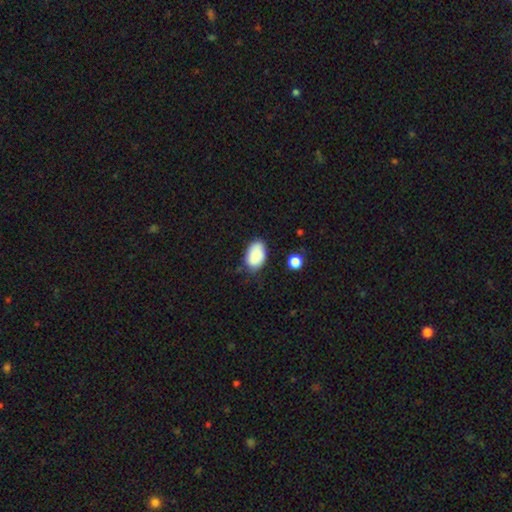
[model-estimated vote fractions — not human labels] This appears to be a smooth galaxy with no disk features (88%) that is in between round and cigar-shaped (91%). Merging: none (73%).